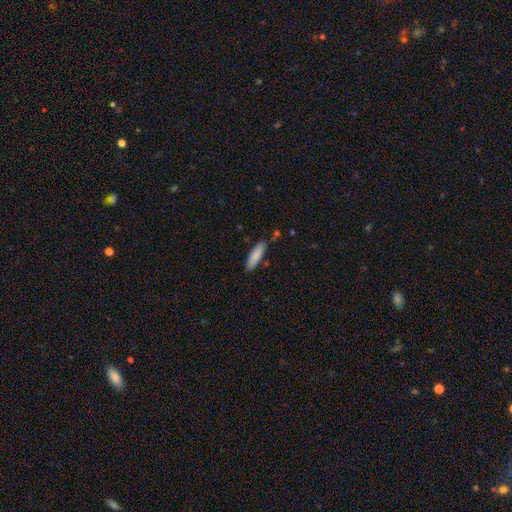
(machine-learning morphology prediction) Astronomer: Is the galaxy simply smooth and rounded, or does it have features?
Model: smooth — 86%.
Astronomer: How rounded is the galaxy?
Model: cigar-shaped — 61% (runner-up: in between, 38%).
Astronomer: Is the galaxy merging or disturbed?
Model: none — 77%.